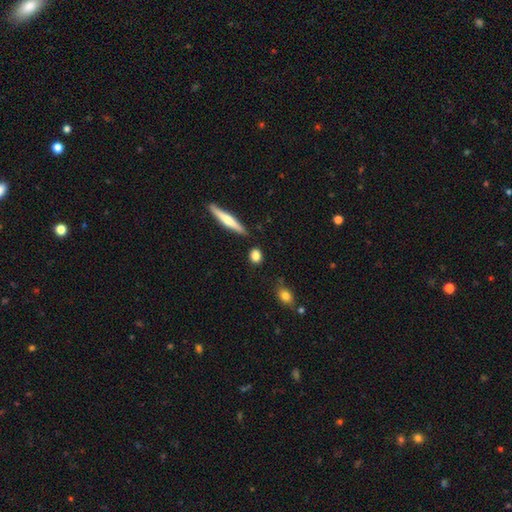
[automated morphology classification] type=smooth (83%); roundness=round (55%); merging=none (82%).